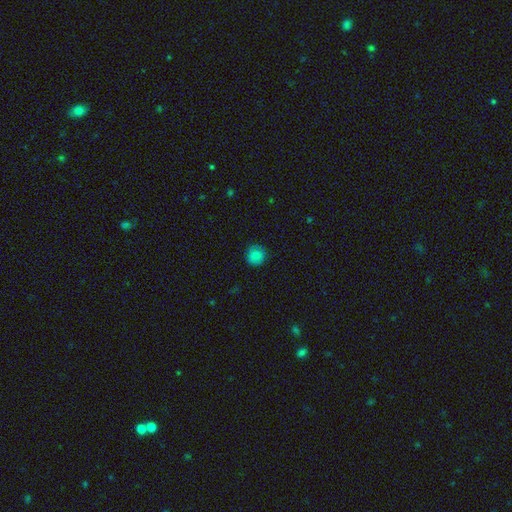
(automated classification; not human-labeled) Overall: smooth (85%). How rounded: round (92%). Merging: none (88%).